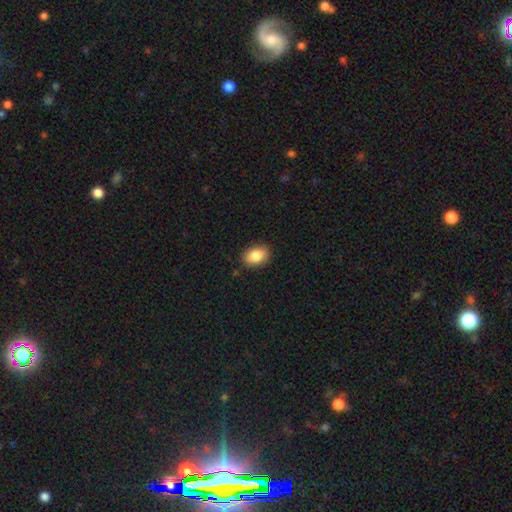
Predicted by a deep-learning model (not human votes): A smooth galaxy with no disk features (85%) that is in between round and cigar-shaped (82%).

Vote fractions:
- Smooth or featured? smooth: 85% / star or artifact: 8% / featured or disk: 7%
- How rounded? in between: 82% / round: 17% / cigar-shaped: 1%
- Merging? none: 86% / minor disturbance: 10% / major disturbance: 2% / merger: 1%